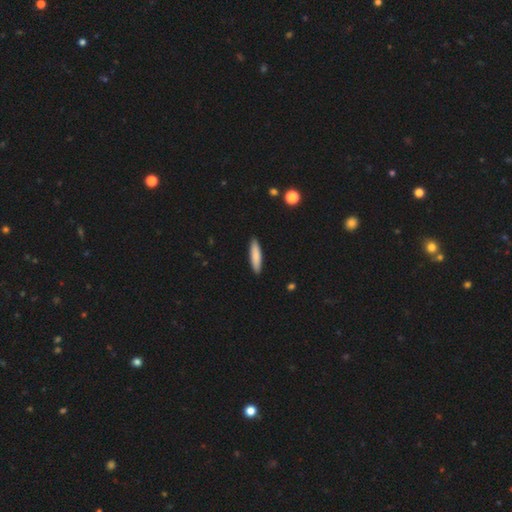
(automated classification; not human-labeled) Smooth or featured? smooth (84%)
How rounded? cigar-shaped (79%)
Merging? none (91%)